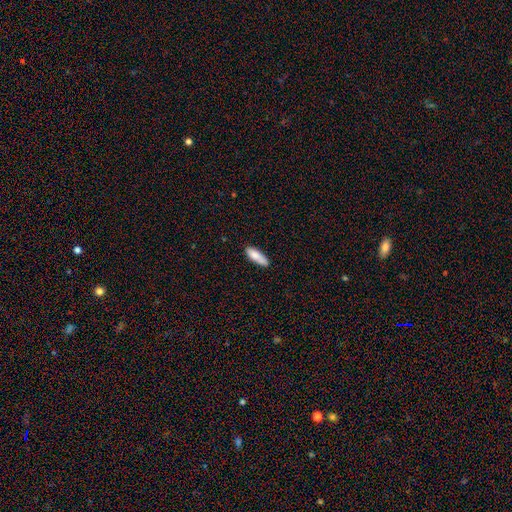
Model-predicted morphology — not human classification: Q: Smooth or featured?
A: smooth (82%); runner-up: featured or disk (12%)
Q: How rounded?
A: in between (58%); runner-up: cigar-shaped (41%)
Q: Merging?
A: none (73%); runner-up: minor disturbance (19%)